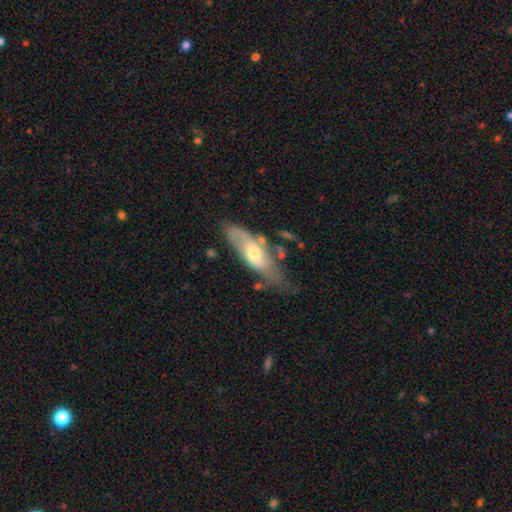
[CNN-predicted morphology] This is possibly a featured or disk galaxy (53%). It is likely not viewed edge-on (72%). Merging: possibly none (50%).